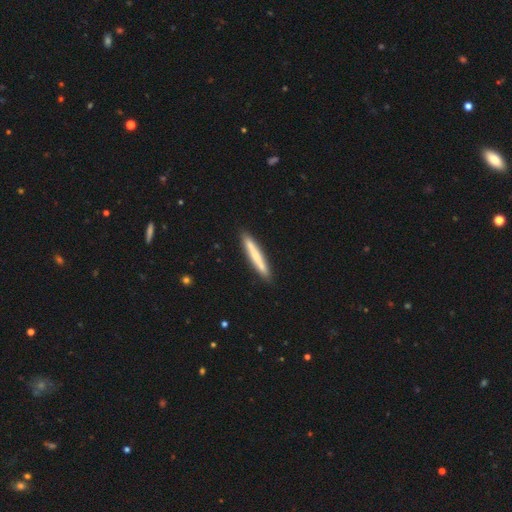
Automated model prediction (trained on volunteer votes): smooth_or_featured: smooth (p=0.61) [alt: featured or disk p=0.34]
how_rounded: cigar-shaped (p=0.96) [alt: in between p=0.03]
merging: none (p=0.90) [alt: minor disturbance p=0.07]